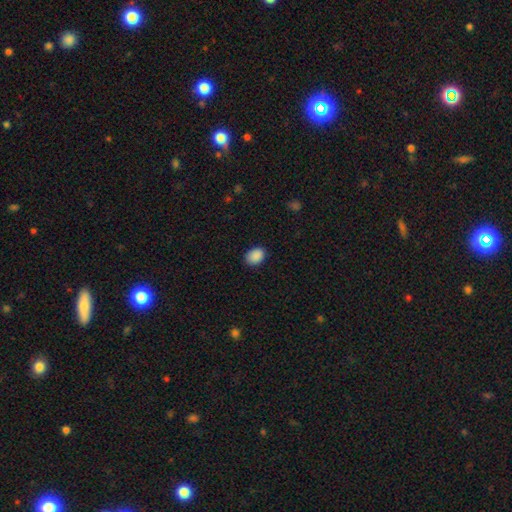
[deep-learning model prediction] Smooth or featured: smooth — 90% (star or artifact — 8%)
How rounded: in between — 73% (round — 26%)
Merging: none — 87% (minor disturbance — 10%)